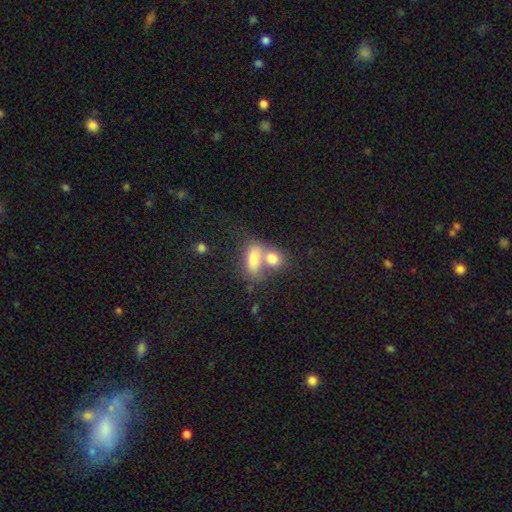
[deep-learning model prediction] A smooth galaxy with no disk features (73%) that is in between round and cigar-shaped (78%). Merging: merger (61%).